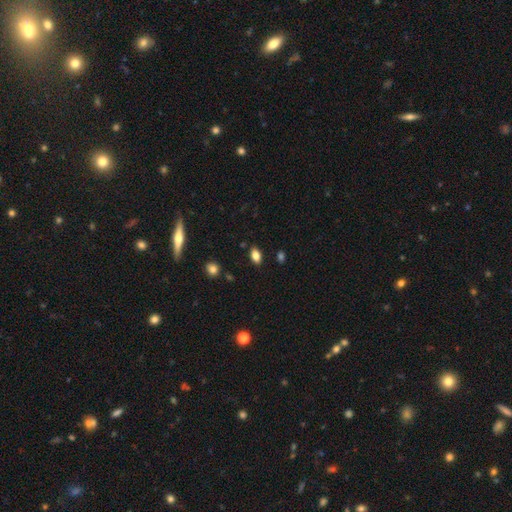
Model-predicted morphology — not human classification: type=smooth (82%); roundness=in between (87%); merging=none (86%).